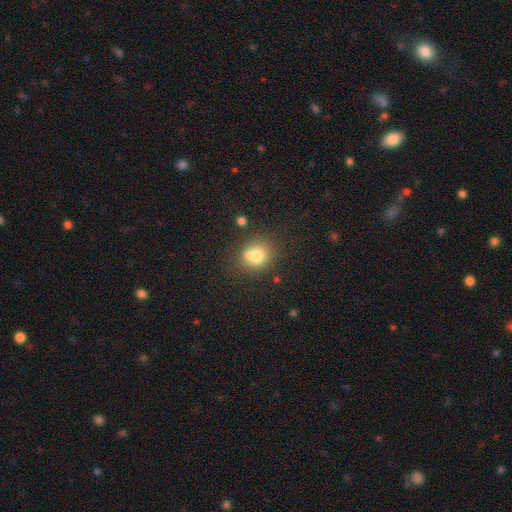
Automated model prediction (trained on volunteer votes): Smooth or featured: smooth — 72% (featured or disk — 15%)
How rounded: round — 77% (in between — 22%)
Merging: none — 52% (merger — 30%)